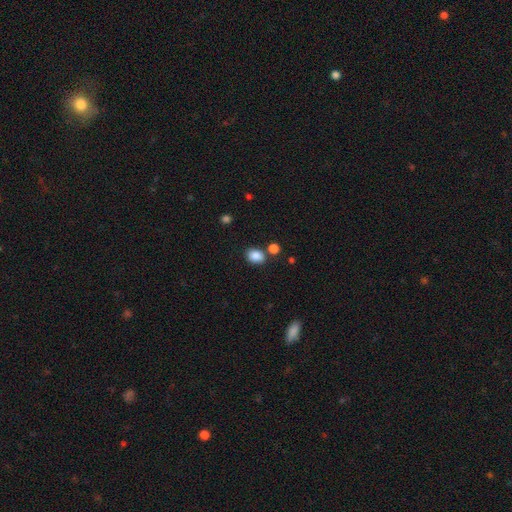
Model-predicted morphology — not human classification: Q: Smooth or featured?
A: smooth (86%); runner-up: star or artifact (9%)
Q: How rounded?
A: in between (62%); runner-up: round (37%)
Q: Merging?
A: none (72%); runner-up: minor disturbance (13%)